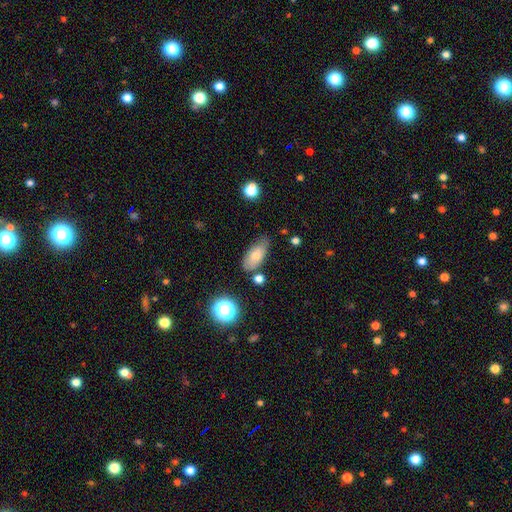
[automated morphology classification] This is likely a smooth galaxy (73%). How rounded: clearly in between (85%). Merging: likely none (67%).